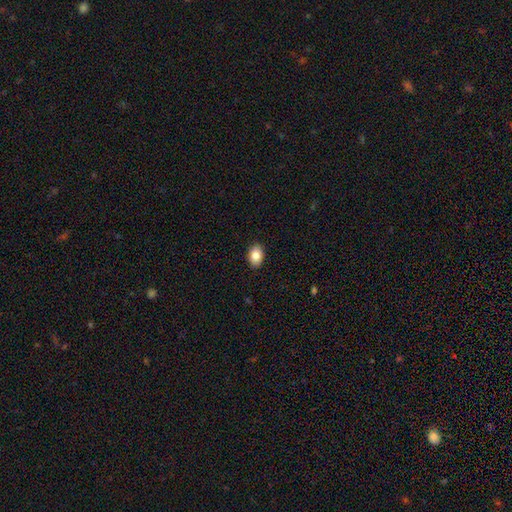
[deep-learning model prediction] smooth_or_featured: smooth (p=0.85) [alt: star or artifact p=0.08]
how_rounded: in between (p=0.85) [alt: round p=0.14]
merging: none (p=0.90) [alt: minor disturbance p=0.07]